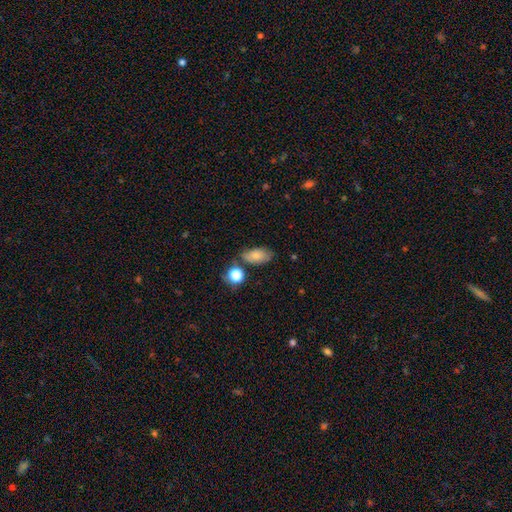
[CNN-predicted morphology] smooth_or_featured: smooth (p=0.75) [alt: featured or disk p=0.15]
how_rounded: in between (p=0.89) [alt: round p=0.08]
merging: none (p=0.66) [alt: minor disturbance p=0.21]